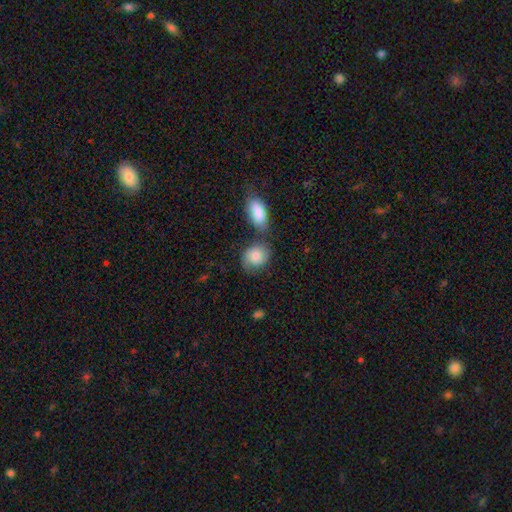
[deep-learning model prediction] Morphology: type=smooth (73%); roundness=round (56%); merging=none (52%).